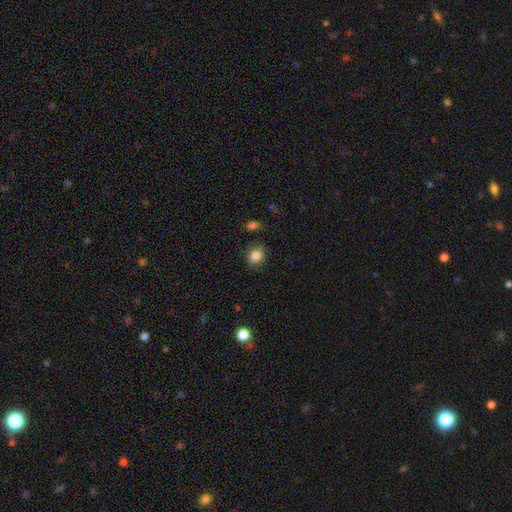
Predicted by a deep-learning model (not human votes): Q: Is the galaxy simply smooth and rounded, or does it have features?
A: smooth — 85%.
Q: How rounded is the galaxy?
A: round — 71%.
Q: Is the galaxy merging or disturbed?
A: none — 83%.